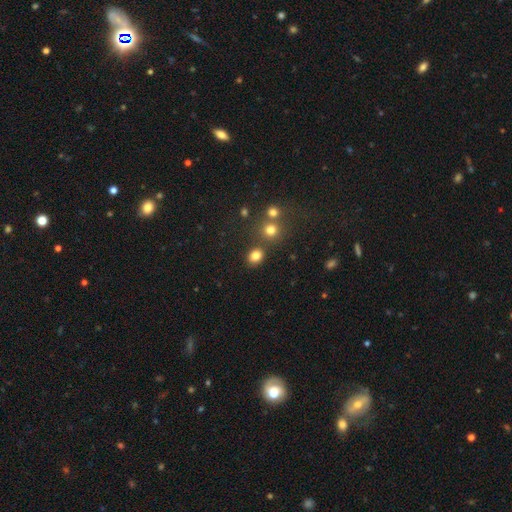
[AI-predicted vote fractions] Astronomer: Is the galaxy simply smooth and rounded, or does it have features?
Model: smooth — 81%.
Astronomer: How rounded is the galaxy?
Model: round — 55% (runner-up: in between, 44%).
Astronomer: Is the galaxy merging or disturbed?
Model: none — 74%.